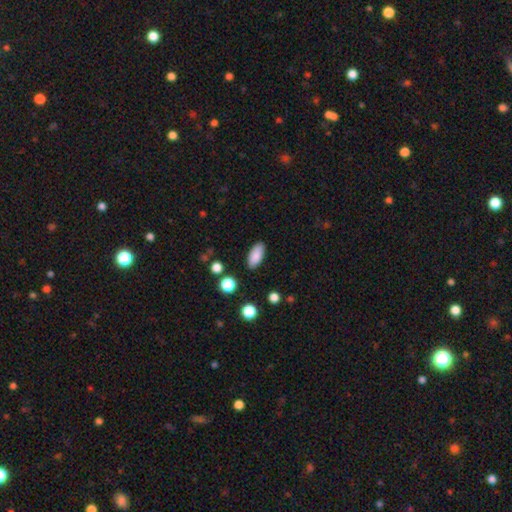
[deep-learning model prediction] Smooth or featured?
  - smooth: 87% *
  - star or artifact: 8%
  - featured or disk: 5%
How rounded?
  - in between: 88% *
  - cigar-shaped: 9%
  - round: 2%
Merging?
  - none: 87% *
  - minor disturbance: 9%
  - major disturbance: 2%
  - merger: 2%